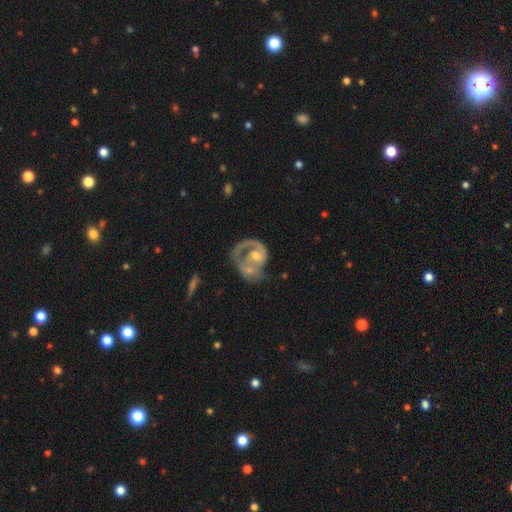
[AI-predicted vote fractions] Smooth or featured? featured or disk (80%)
Edge-on disk? no (98%)
Bar? no (69%)
Spiral arms? yes (79%)
Spiral winding? medium (38%, tied with tight)
Spiral arm count? 1 (65%)
Bulge size? moderate (62%)
Merging? merger (47%)